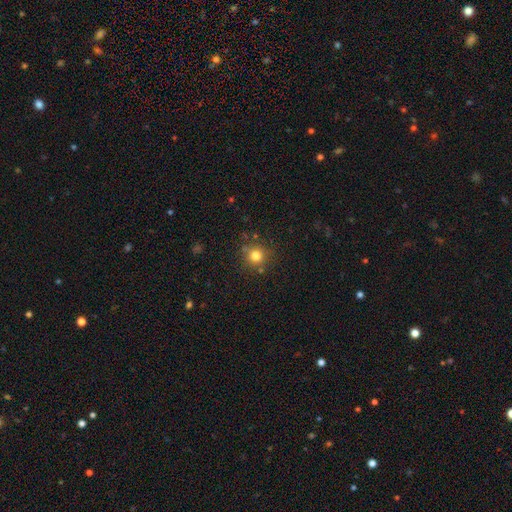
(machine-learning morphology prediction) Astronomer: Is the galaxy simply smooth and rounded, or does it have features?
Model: smooth — 78%.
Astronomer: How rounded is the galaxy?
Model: round — 93%.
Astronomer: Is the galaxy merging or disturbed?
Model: none — 83%.